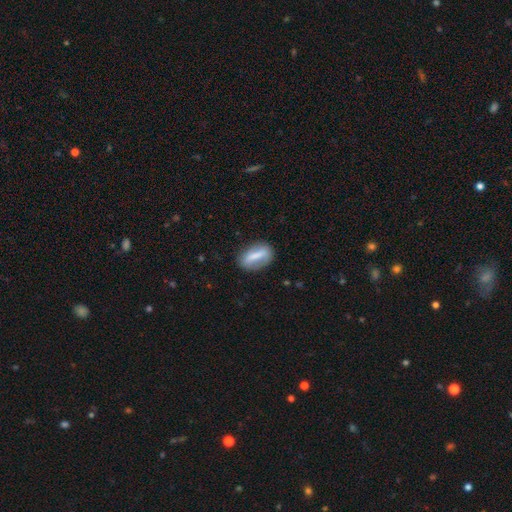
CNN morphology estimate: A smooth galaxy with no disk features (61%) that is in between round and cigar-shaped (73%). Merging: none (77%).